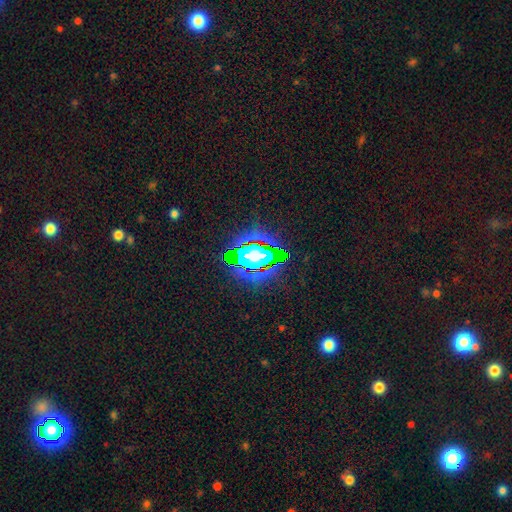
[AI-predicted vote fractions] Overall: star or artifact (58%; smooth 26%).